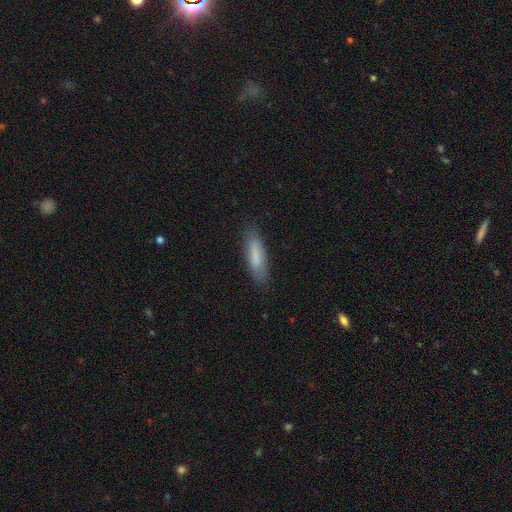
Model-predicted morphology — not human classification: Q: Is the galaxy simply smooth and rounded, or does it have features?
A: smooth — 80%.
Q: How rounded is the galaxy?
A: cigar-shaped — 63%.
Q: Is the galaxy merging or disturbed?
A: none — 83%.